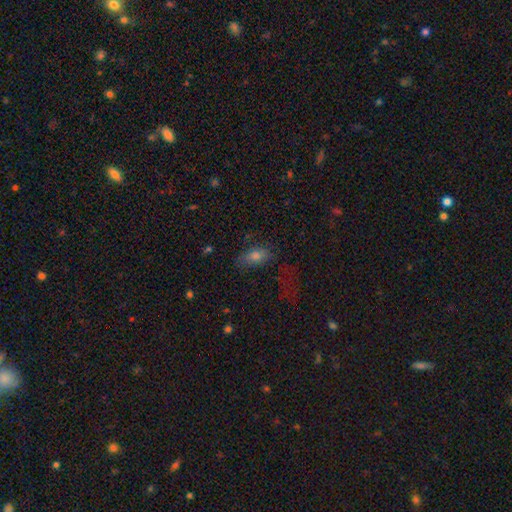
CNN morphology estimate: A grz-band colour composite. It shows a smooth galaxy with no disk features (70%) that is in between round and cigar-shaped (83%). Merging: none (57%).